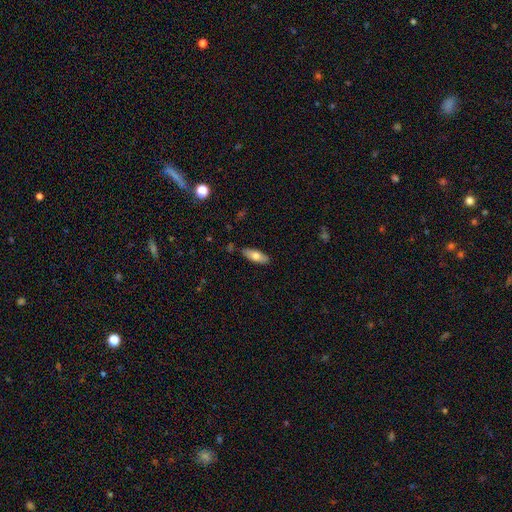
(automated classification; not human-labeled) smooth 70%, featured or disk 24%, star or artifact 6%. Down the decision tree: how rounded — in between (70%); merging — none (85%).